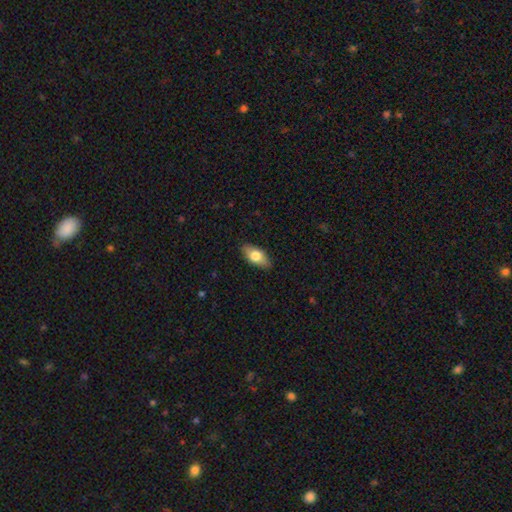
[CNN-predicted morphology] type=smooth (74%); roundness=in between (89%); merging=none (87%).